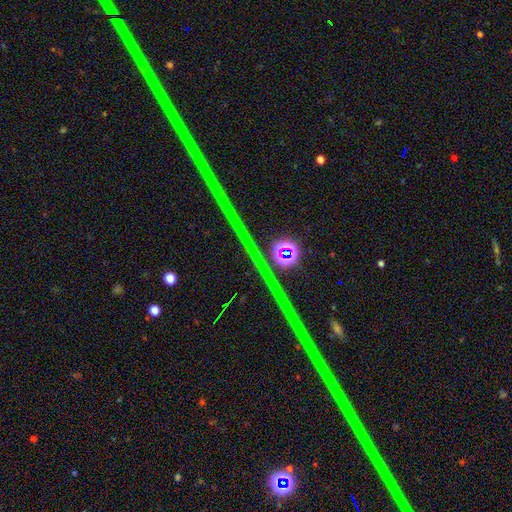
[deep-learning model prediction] This appears to be a star or artifact, not a galaxy (87%).